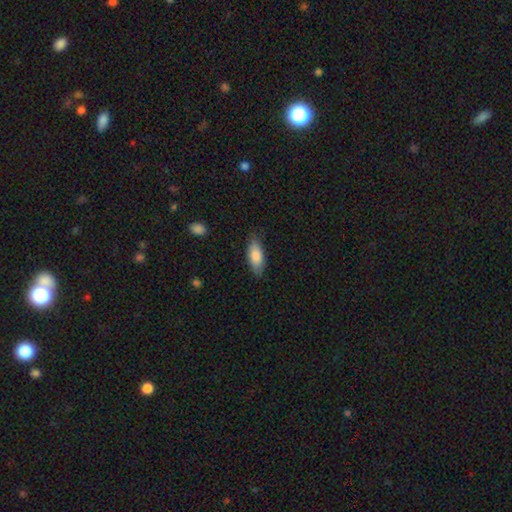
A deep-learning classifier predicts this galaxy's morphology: Smooth or featured? Predicted: smooth (p=0.83). How rounded? Predicted: in between (p=0.78). Merging? Predicted: none (p=0.81).